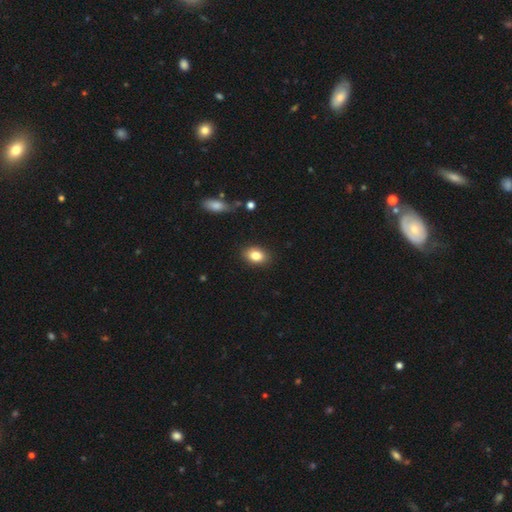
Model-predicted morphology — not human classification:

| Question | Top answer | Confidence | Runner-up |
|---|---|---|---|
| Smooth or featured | smooth | 83% | star or artifact (9%) |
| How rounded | in between | 79% | round (19%) |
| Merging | none | 87% | minor disturbance (9%) |